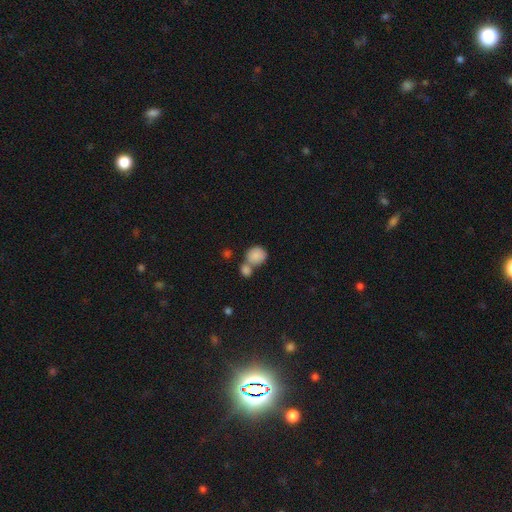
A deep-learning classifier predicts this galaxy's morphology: The model was most divided on "merging": merger: 50%, none: 37%, minor disturbance: 9%, major disturbance: 4%. More confident: smooth or featured — smooth (85%); how rounded — round (79%).